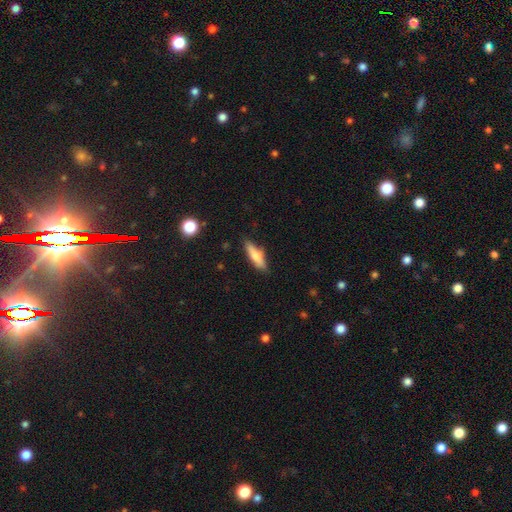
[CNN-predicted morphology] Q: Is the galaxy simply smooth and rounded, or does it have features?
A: smooth — 71%.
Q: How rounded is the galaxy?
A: cigar-shaped — 67%.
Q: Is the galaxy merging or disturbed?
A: none — 80%.